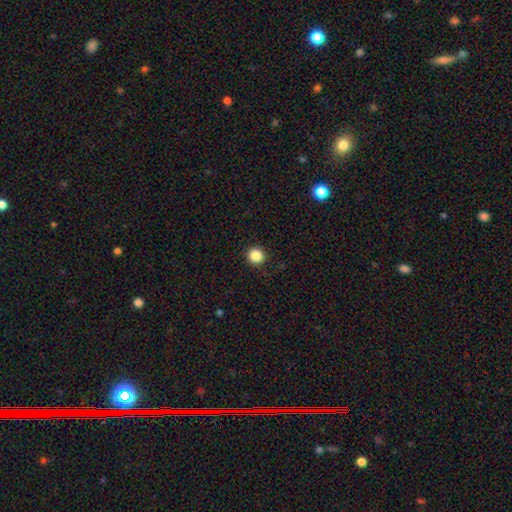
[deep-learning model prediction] smooth_or_featured: smooth (p=0.86) [alt: star or artifact p=0.11]
how_rounded: round (p=0.94) [alt: in between p=0.05]
merging: none (p=0.92) [alt: minor disturbance p=0.05]